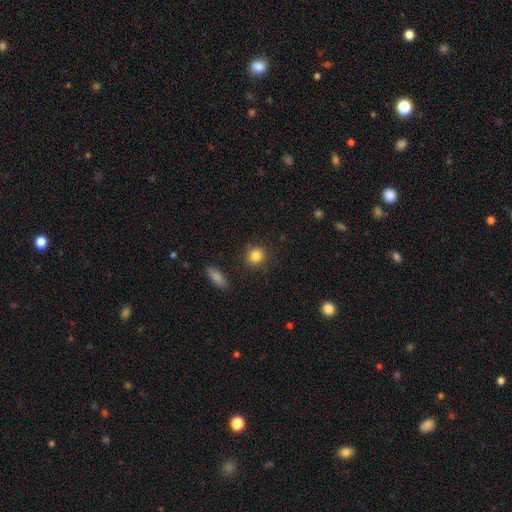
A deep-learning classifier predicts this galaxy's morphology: This is clearly a smooth galaxy (85%). How rounded: clearly round (86%). Merging: clearly none (87%).